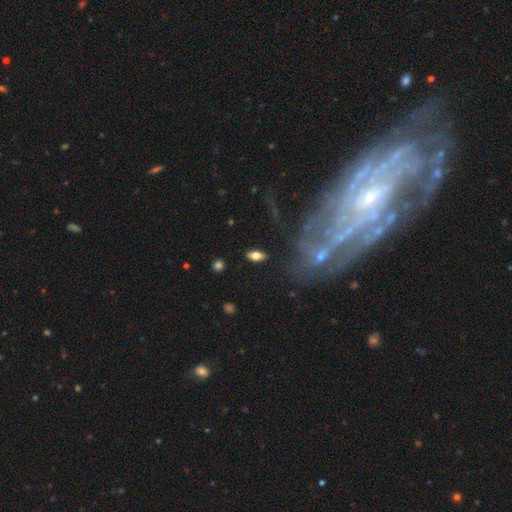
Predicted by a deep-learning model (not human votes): smooth_or_featured: smooth (p=0.72) [alt: featured or disk p=0.20]
how_rounded: in between (p=0.87) [alt: cigar-shaped p=0.09]
merging: none (p=0.85) [alt: minor disturbance p=0.09]